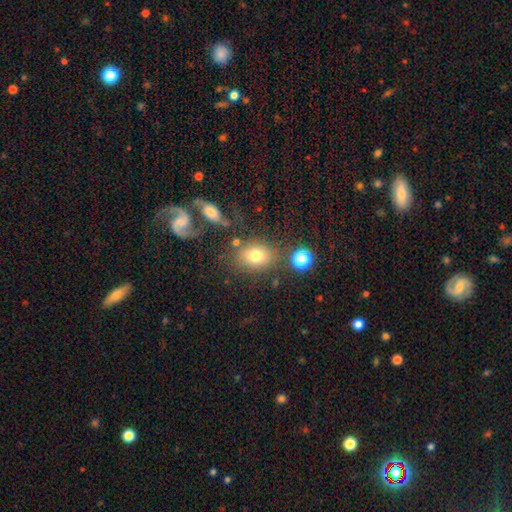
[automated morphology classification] Smooth or featured?
  - smooth: 74% *
  - featured or disk: 13%
  - star or artifact: 13%
How rounded?
  - in between: 63% *
  - round: 35%
  - cigar-shaped: 1%
Merging?
  - none: 69% *
  - minor disturbance: 14%
  - merger: 9%
  - major disturbance: 8%